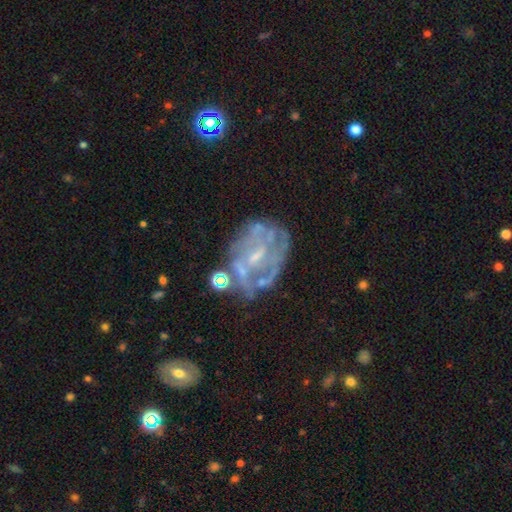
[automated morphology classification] The model was most divided on "bar": no: 46%, weak: 42%, strong: 12%. Remaining: edge-on disk — no (97%); smooth or featured — featured or disk (75%); bulge size — small (58%); spiral arms — yes (53%); merging — none (47%).